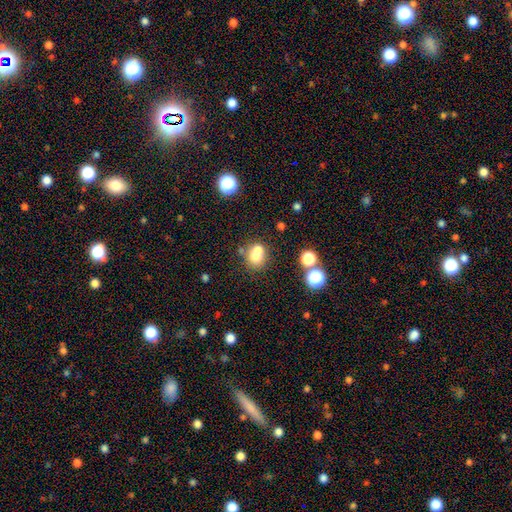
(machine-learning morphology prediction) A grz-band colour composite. It shows a smooth galaxy with no disk features (68%) that is round (65%). Merging: merger (44%).